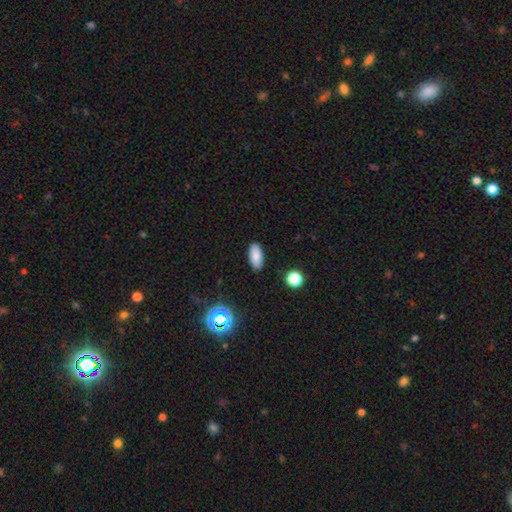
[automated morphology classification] This is clearly a smooth galaxy (84%). How rounded: clearly in between (90%). Merging: clearly none (89%).